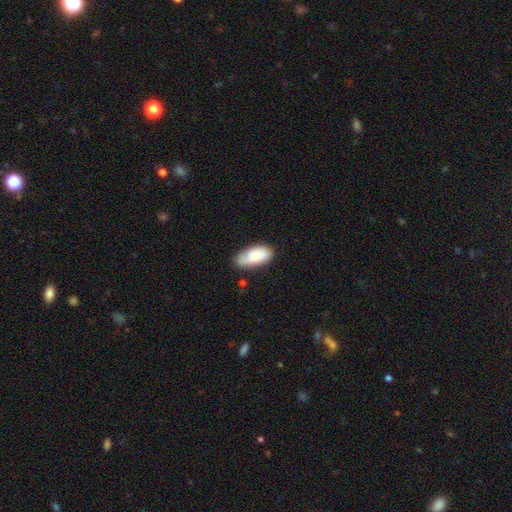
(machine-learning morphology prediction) Smooth or featured? Predicted: smooth (p=0.77). How rounded? Predicted: in between (p=0.92). Merging? Predicted: none (p=0.66).